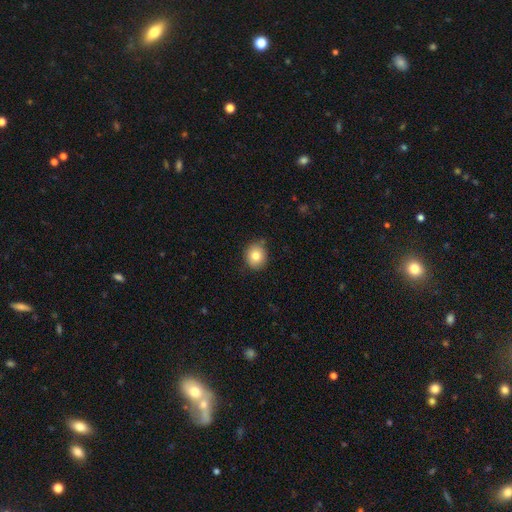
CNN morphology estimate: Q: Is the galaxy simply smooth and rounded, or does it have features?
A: smooth — 80%.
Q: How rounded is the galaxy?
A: round — 80%.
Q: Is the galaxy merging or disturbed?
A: none — 77%.